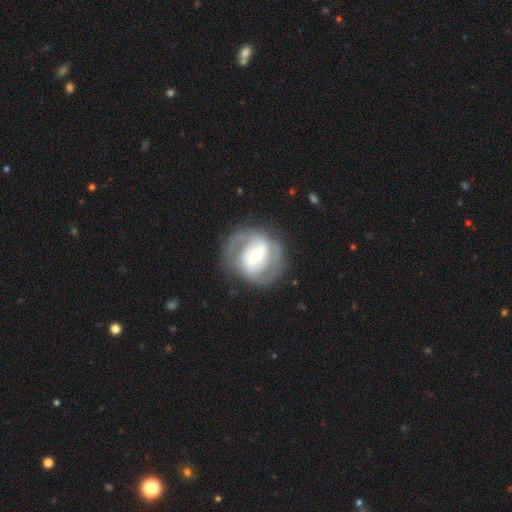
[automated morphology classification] Smooth or featured: featured or disk — 78% (smooth — 17%)
Edge-on disk: no — 97% (yes — 3%)
Bar: weak — 40% (no — 31%)
Spiral arms: yes — 82% (no — 18%)
Spiral winding: medium — 43% (tight — 41%)
Spiral arm count: 2 — 74% (can't tell — 13%)
Bulge size: moderate — 60% (small — 30%)
Merging: none — 75% (minor disturbance — 14%)